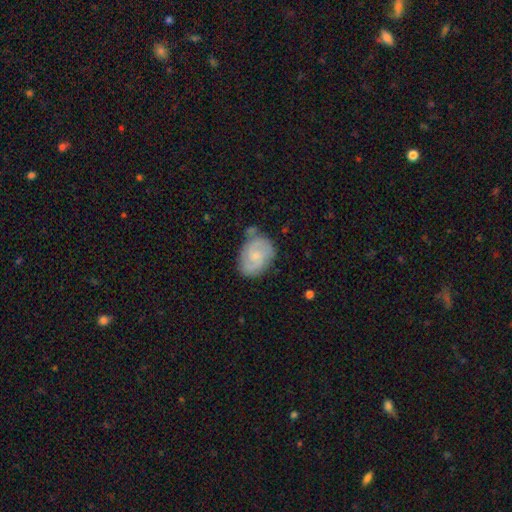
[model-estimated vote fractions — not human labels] Overall: featured or disk (66%; smooth 28%). Edge-on disk: no (97%). Bar: no (59%; weak 37%). Spiral arms: yes (91%). Spiral arm count: 2 (71%). Spiral winding: medium (45%; tight 40%). Bulge size: small (63%; moderate 25%). Merging: none (64%).